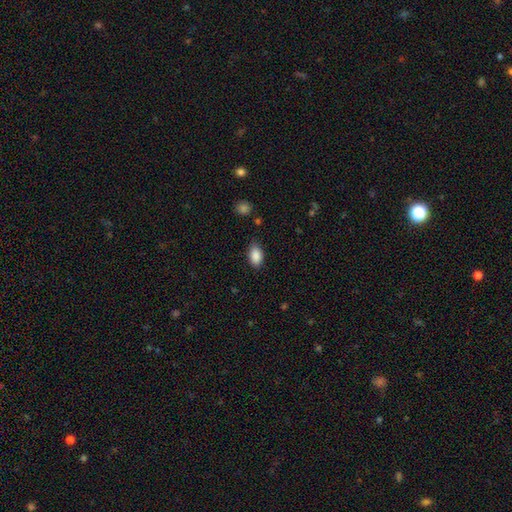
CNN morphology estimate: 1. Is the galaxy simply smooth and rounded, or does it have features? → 88% smooth, 7% star or artifact, 4% featured or disk.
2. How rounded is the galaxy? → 91% in between, 7% round, 2% cigar-shaped.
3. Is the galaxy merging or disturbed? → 81% none, 15% minor disturbance, 3% major disturbance, 2% merger.